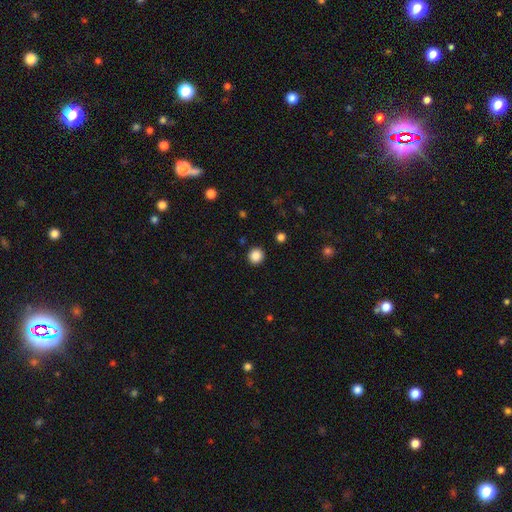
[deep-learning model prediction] Overall: smooth (87%). How rounded: round (93%). Merging: none (92%).